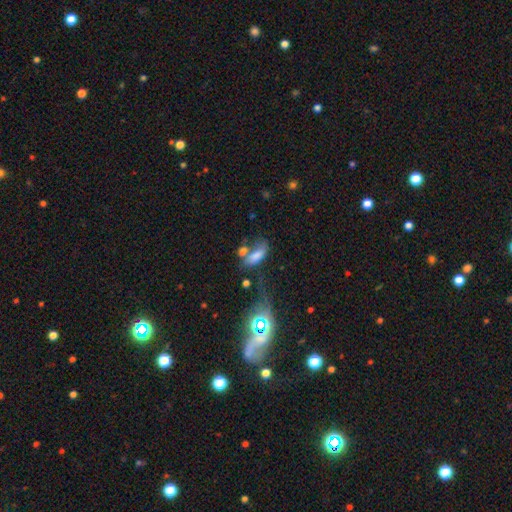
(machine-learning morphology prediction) Smooth or featured? Predicted: smooth (p=0.65). How rounded? Predicted: in between (p=0.84). Merging? Predicted: merger (p=0.34).